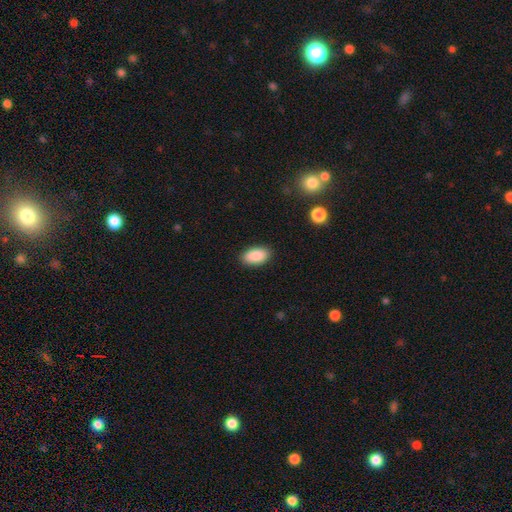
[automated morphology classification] This is clearly a smooth galaxy (90%). How rounded: clearly in between (94%). Merging: clearly none (88%).